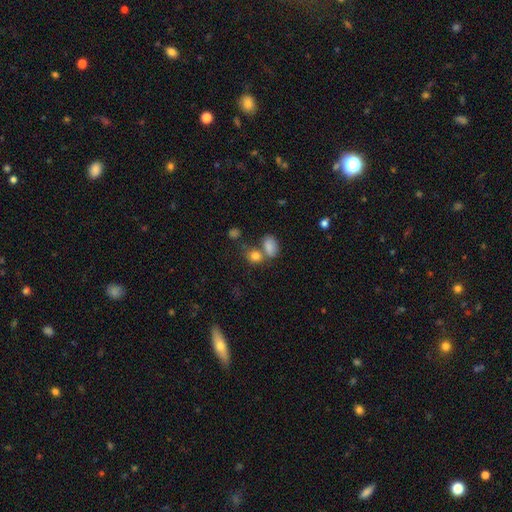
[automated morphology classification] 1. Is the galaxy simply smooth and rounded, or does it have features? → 81% smooth, 12% star or artifact, 8% featured or disk.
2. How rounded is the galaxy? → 50% in between, 48% round, 2% cigar-shaped.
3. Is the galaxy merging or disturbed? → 48% none, 34% merger, 12% minor disturbance, 5% major disturbance.